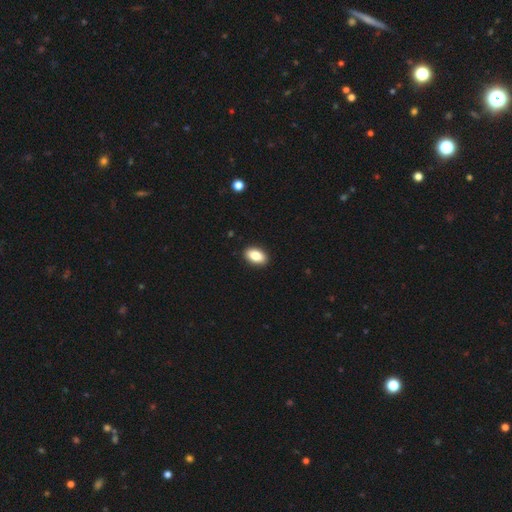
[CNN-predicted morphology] Q: Smooth or featured?
A: smooth (85%); runner-up: featured or disk (8%)
Q: How rounded?
A: in between (92%); runner-up: round (6%)
Q: Merging?
A: none (91%); runner-up: minor disturbance (7%)